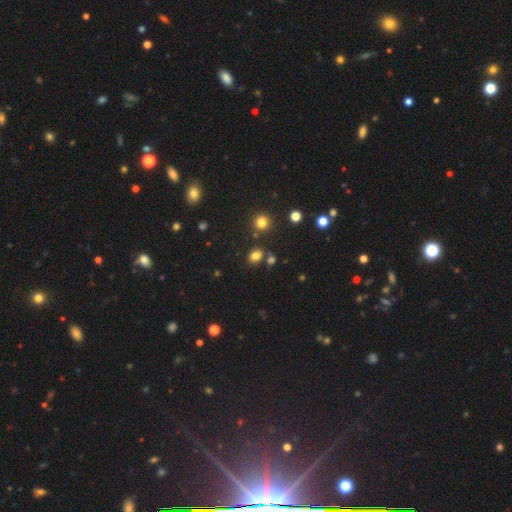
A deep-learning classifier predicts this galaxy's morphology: Smooth or featured?
  - smooth: 79% *
  - star or artifact: 15%
  - featured or disk: 6%
How rounded?
  - in between: 61% *
  - round: 38%
  - cigar-shaped: 1%
Merging?
  - none: 76% *
  - minor disturbance: 11%
  - merger: 9%
  - major disturbance: 4%